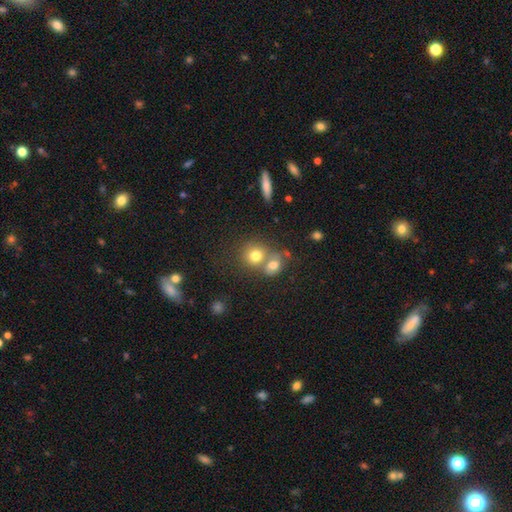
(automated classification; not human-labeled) Overall: smooth (76%). How rounded: round (80%). Merging: merger (45%; none 43%).